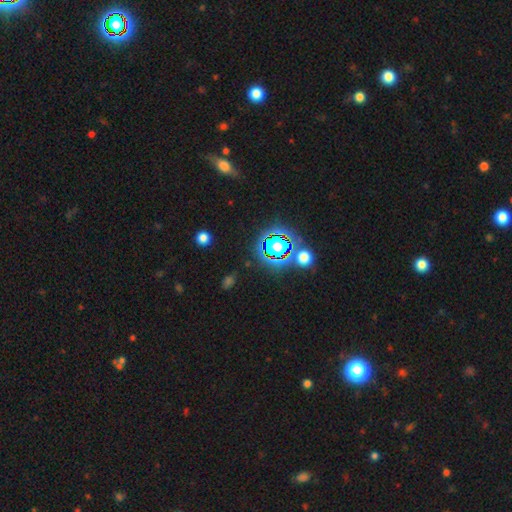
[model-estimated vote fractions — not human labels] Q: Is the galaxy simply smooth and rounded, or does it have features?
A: star or artifact — 76%.